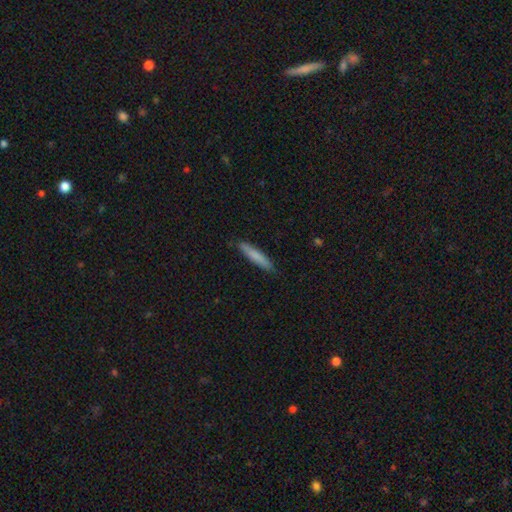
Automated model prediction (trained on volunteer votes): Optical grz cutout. It shows a smooth galaxy with no disk features (79%) that is cigar-shaped (91%). Merging: none (86%).